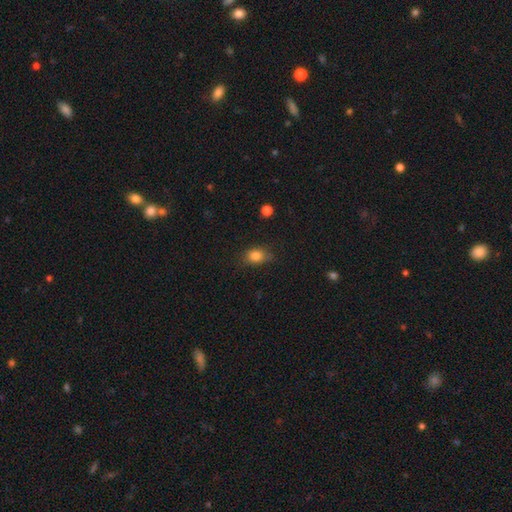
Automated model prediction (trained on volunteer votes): smooth_or_featured: smooth (p=0.83) [alt: star or artifact p=0.10]
how_rounded: in between (p=0.64) [alt: round p=0.35]
merging: none (p=0.70) [alt: minor disturbance p=0.23]